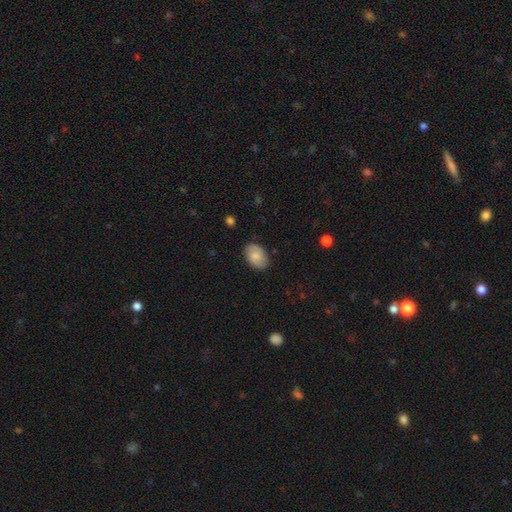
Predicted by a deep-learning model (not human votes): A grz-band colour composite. It shows a smooth galaxy with no disk features (74%) that is in between round and cigar-shaped (86%). Merging: none (83%).